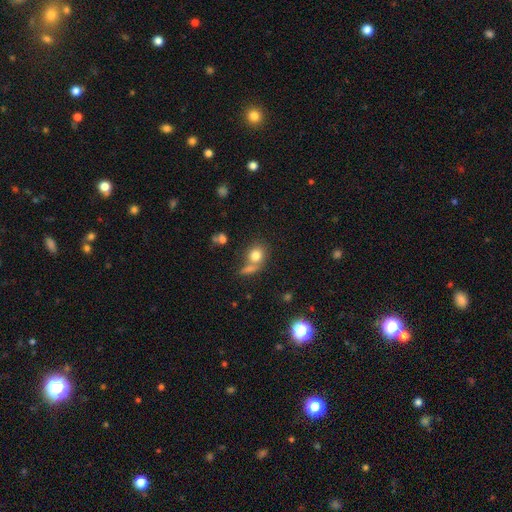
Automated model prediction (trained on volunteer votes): Smooth or featured? smooth (79%)
How rounded? round (72%)
Merging? none (49%)